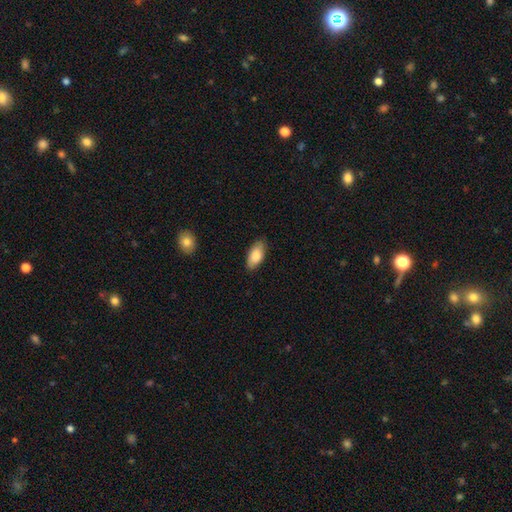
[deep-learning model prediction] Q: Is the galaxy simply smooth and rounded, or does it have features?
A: smooth — 84%.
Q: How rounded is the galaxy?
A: in between — 91%.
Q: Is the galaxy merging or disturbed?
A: none — 84%.